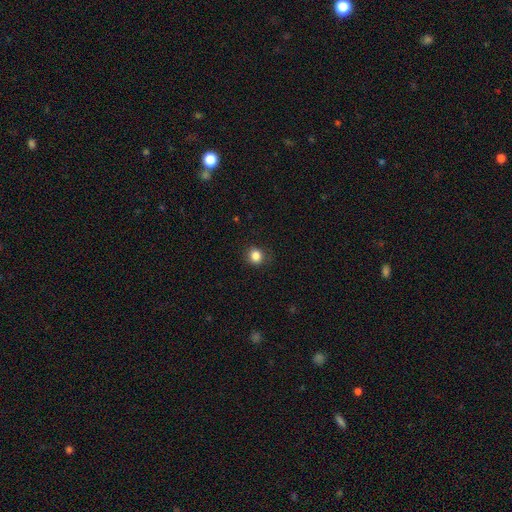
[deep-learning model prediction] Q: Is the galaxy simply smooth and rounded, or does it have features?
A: smooth — 84%.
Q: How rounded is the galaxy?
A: round — 83%.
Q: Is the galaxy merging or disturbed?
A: none — 86%.